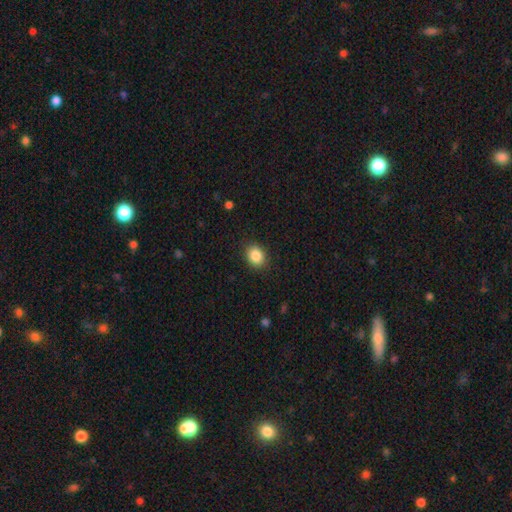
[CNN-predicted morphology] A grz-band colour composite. It shows a smooth galaxy with no disk features (87%) that is in between round and cigar-shaped (50%). Merging: none (88%).